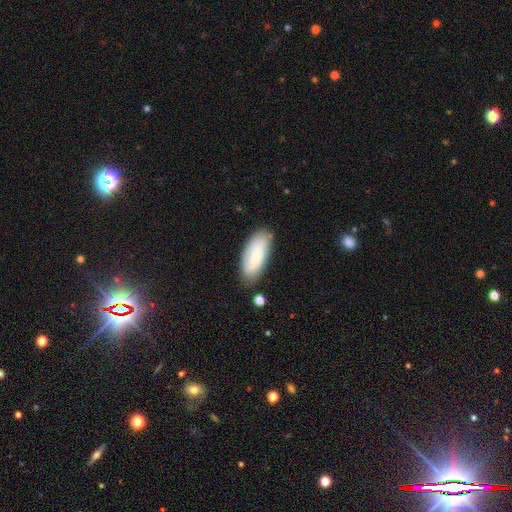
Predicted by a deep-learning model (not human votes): Smooth or featured: smooth — 70% (featured or disk — 23%)
How rounded: in between — 79% (cigar-shaped — 19%)
Merging: none — 77% (minor disturbance — 17%)